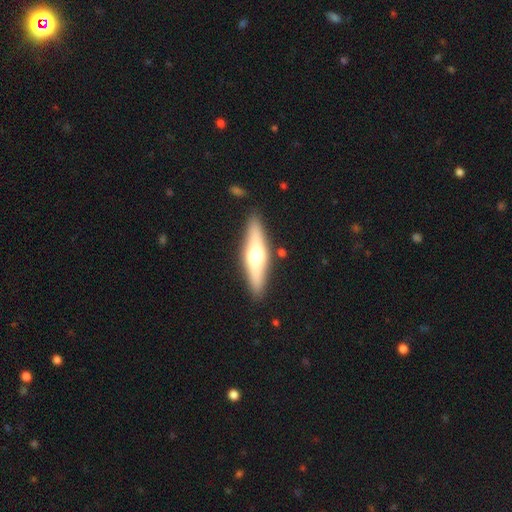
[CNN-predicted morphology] Smooth or featured? Predicted: featured or disk (p=0.50). Merging? Predicted: none (p=0.87).